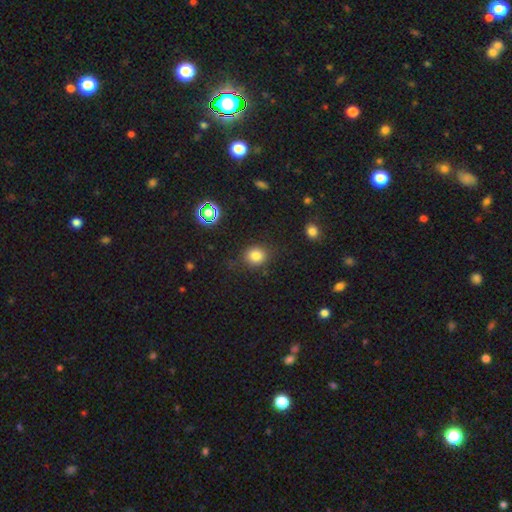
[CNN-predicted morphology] type=smooth (81%); roundness=round (75%); merging=none (83%).